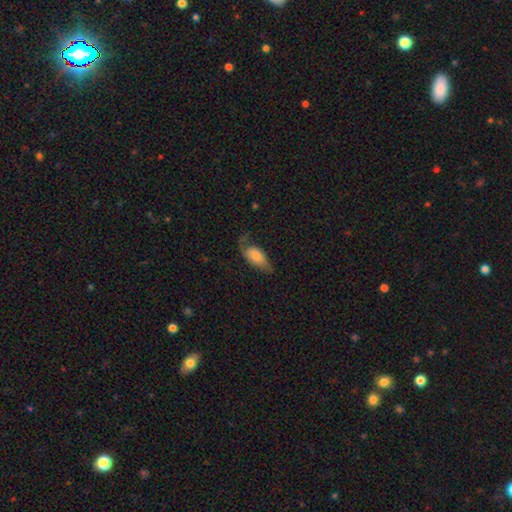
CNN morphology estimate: smooth-or-featured: smooth: 64% | featured or disk: 29% | star or artifact: 7%
  how-rounded: in between: 89% | cigar-shaped: 7% | round: 4%
  merging: none: 42% | minor disturbance: 32% | major disturbance: 24% | merger: 2%